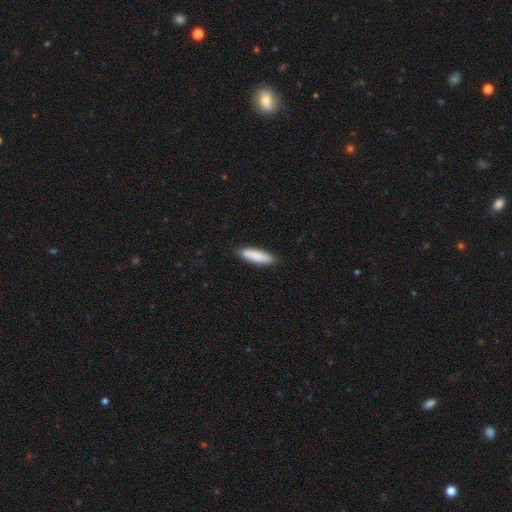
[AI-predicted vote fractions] smooth-or-featured: smooth: 87% | featured or disk: 8% | star or artifact: 5%
  how-rounded: cigar-shaped: 60% | in between: 39% | round: 1%
  merging: none: 85% | minor disturbance: 12% | major disturbance: 2% | merger: 1%